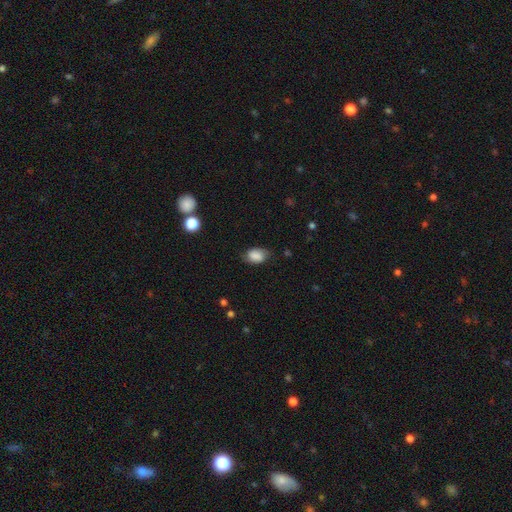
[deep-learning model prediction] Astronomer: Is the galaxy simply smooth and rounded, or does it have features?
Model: smooth — 80%.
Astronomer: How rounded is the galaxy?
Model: in between — 84%.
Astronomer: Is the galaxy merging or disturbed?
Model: none — 69%.